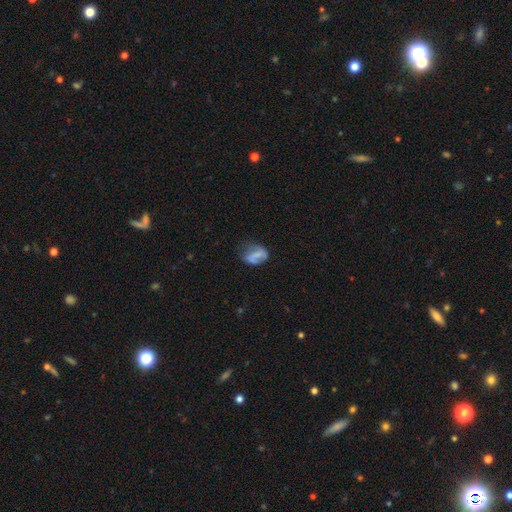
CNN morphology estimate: smooth_or_featured: smooth (p=0.55) [alt: featured or disk p=0.35]
how_rounded: in between (p=0.71) [alt: round p=0.27]
merging: none (p=0.38) [alt: minor disturbance p=0.32]